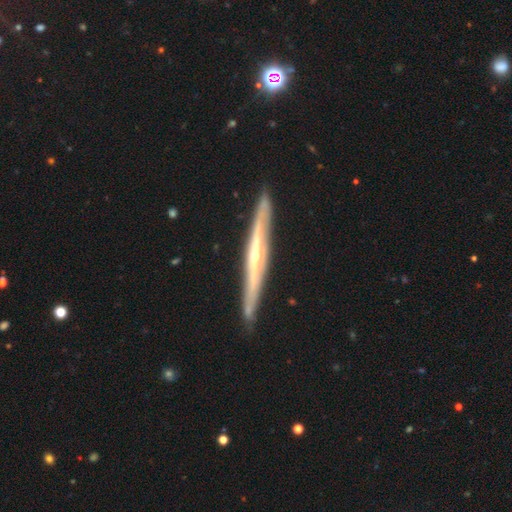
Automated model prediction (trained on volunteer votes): A featured or disk galaxy (82%) viewed edge-on (95%) with a rounded central bulge (71%).

Vote fractions:
- Smooth or featured? featured or disk: 82% / smooth: 13% / star or artifact: 5%
- Edge-on disk? yes: 95% / no: 5%
- Edge-on bulge? rounded: 71% / none: 25% / boxy: 4%
- Merging? none: 88% / minor disturbance: 9% / major disturbance: 2% / merger: 1%